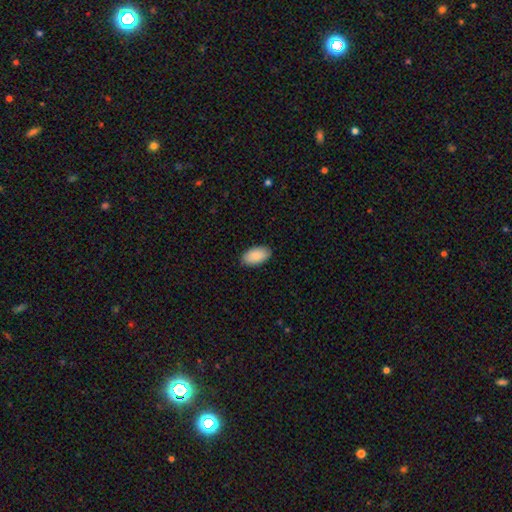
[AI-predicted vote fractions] Smooth or featured?
  - smooth: 89% *
  - star or artifact: 6%
  - featured or disk: 5%
How rounded?
  - in between: 96% *
  - round: 3%
  - cigar-shaped: 2%
Merging?
  - none: 88% *
  - minor disturbance: 9%
  - major disturbance: 2%
  - merger: 1%